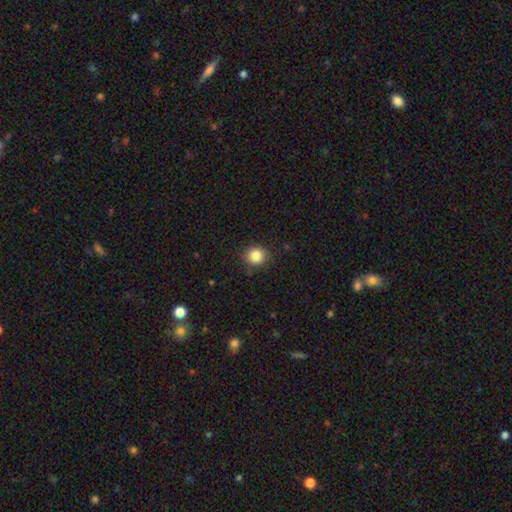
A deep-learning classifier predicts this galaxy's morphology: type=smooth (85%); roundness=round (85%); merging=none (86%).